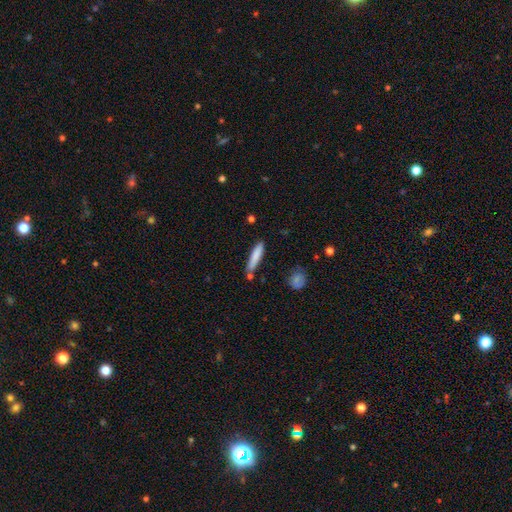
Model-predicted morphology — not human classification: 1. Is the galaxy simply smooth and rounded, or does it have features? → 80% smooth, 13% featured or disk, 6% star or artifact.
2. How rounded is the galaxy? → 87% cigar-shaped, 12% in between, 1% round.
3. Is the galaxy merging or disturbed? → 76% none, 15% minor disturbance, 6% merger, 3% major disturbance.